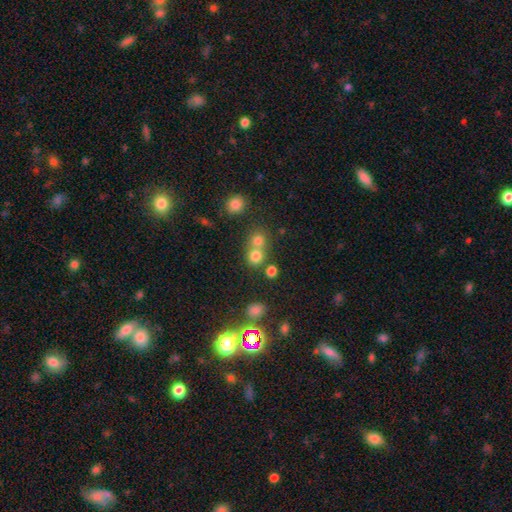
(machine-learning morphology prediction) smooth_or_featured: smooth (p=0.73) [alt: star or artifact p=0.18]
how_rounded: round (p=0.86) [alt: in between p=0.13]
merging: none (p=0.50) [alt: merger p=0.41]